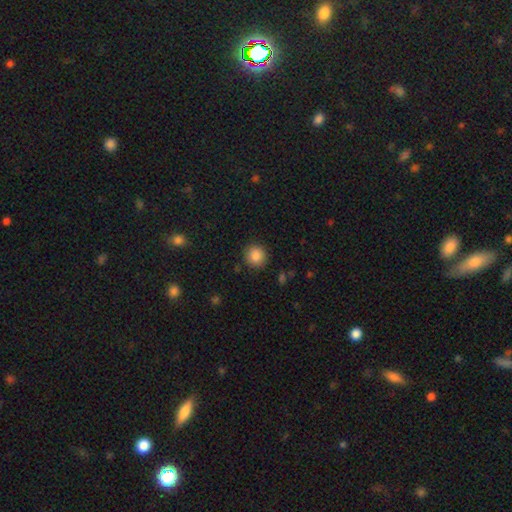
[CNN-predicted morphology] Q: Smooth or featured?
A: smooth (87%); runner-up: star or artifact (9%)
Q: How rounded?
A: round (92%); runner-up: in between (7%)
Q: Merging?
A: none (90%); runner-up: minor disturbance (7%)